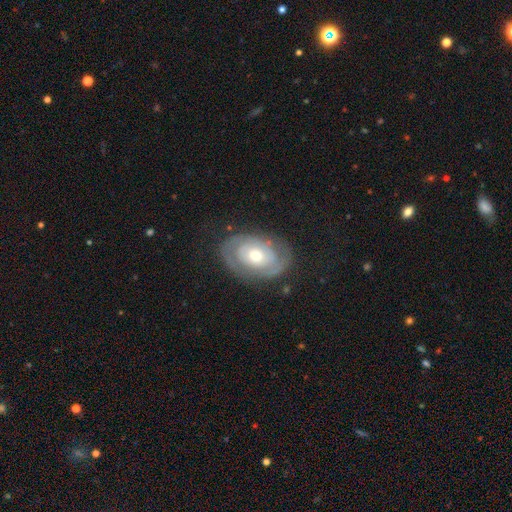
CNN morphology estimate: Overall: featured or disk (72%). Edge-on disk: no (95%). Bar: no (82%). Spiral arms: yes (70%). Bulge size: moderate (55%; small 38%). Merging: none (76%).